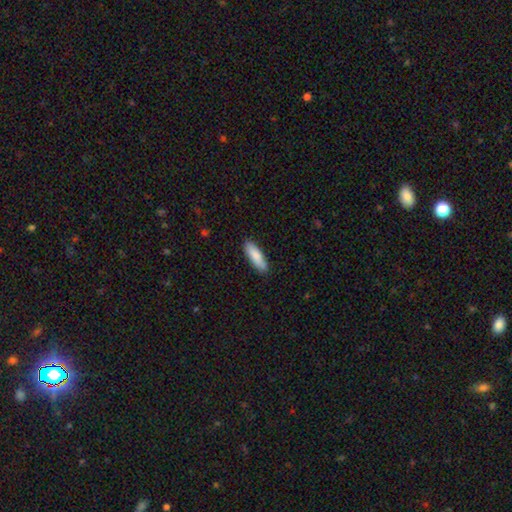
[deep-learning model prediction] Smooth or featured? smooth (86%)
How rounded? cigar-shaped (54%)
Merging? none (88%)